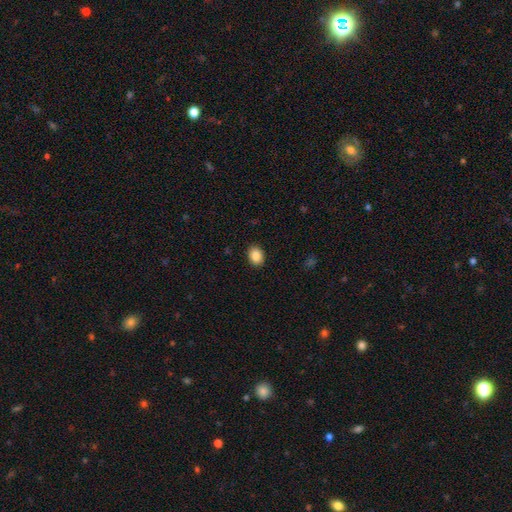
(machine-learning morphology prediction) Overall: smooth (87%). How rounded: in between (66%; round 33%). Merging: none (90%).